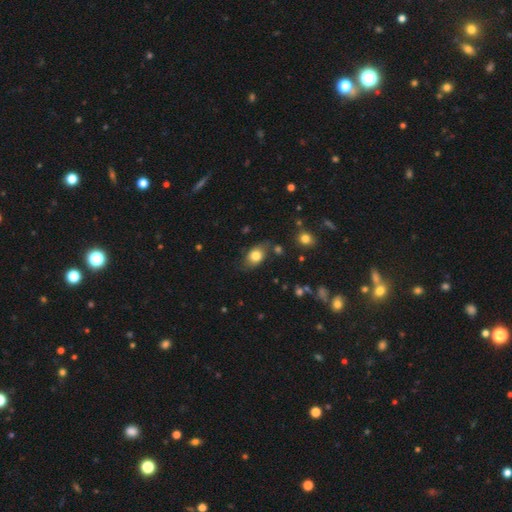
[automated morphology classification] This is likely a smooth galaxy (79%). How rounded: likely in between (76%). Merging: likely none (69%).